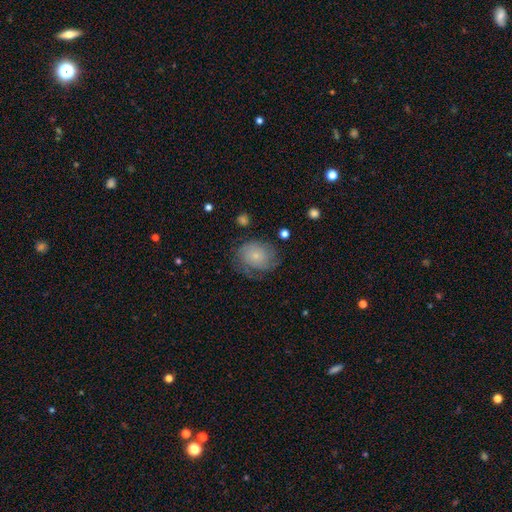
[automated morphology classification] Smooth or featured? smooth (49%)
Merging? none (61%)